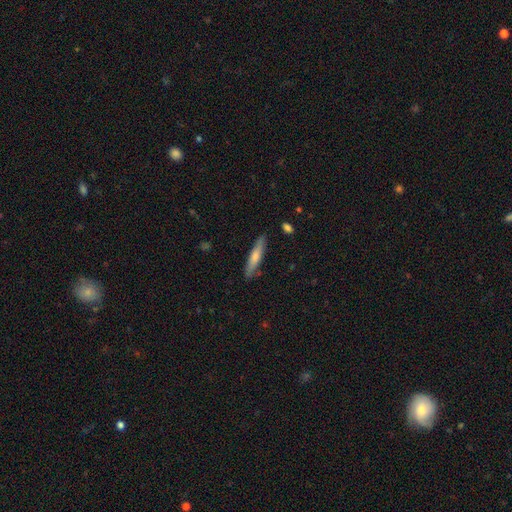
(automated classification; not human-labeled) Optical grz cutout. It shows a smooth galaxy with no disk features (57%) that is cigar-shaped (89%). Merging: none (86%).